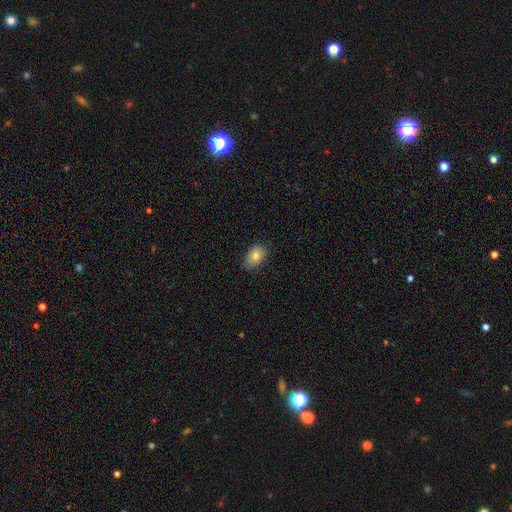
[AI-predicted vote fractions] Q: Smooth or featured?
A: smooth (81%); runner-up: featured or disk (10%)
Q: How rounded?
A: in between (87%); runner-up: round (12%)
Q: Merging?
A: none (75%); runner-up: minor disturbance (20%)